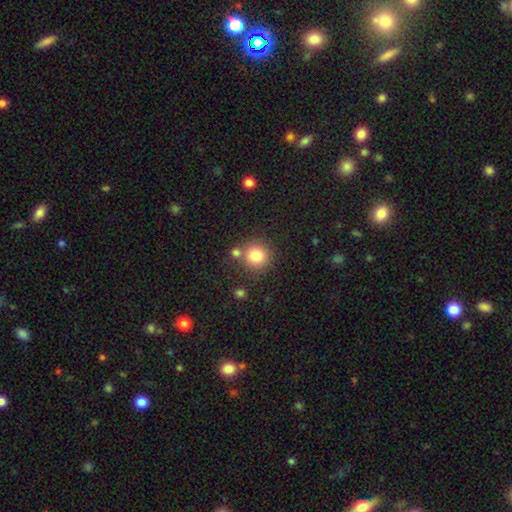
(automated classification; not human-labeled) The model was most divided on "merging": none: 72%, merger: 16%, minor disturbance: 9%, major disturbance: 3%. More confident: how rounded — round (92%); smooth or featured — smooth (82%).